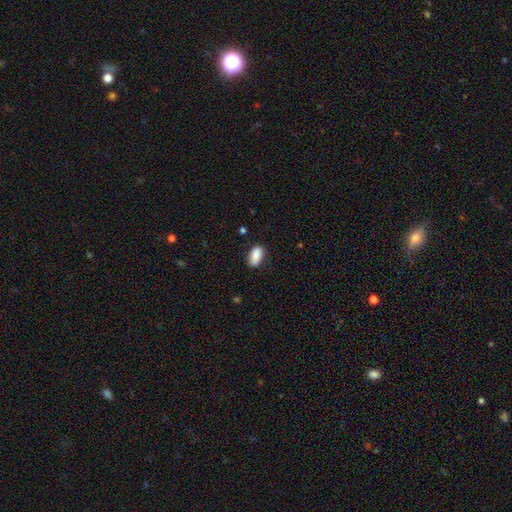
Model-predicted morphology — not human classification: type=smooth (84%); roundness=in between (91%); merging=none (81%).